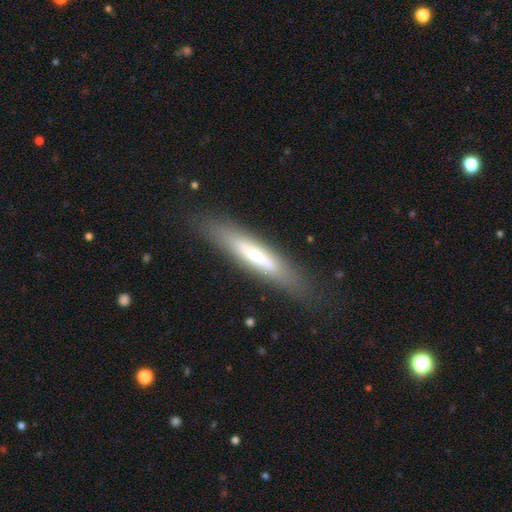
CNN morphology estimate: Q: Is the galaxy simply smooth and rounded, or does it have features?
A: smooth — 52%.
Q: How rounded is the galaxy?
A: cigar-shaped — 85%.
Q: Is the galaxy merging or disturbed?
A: none — 83%.